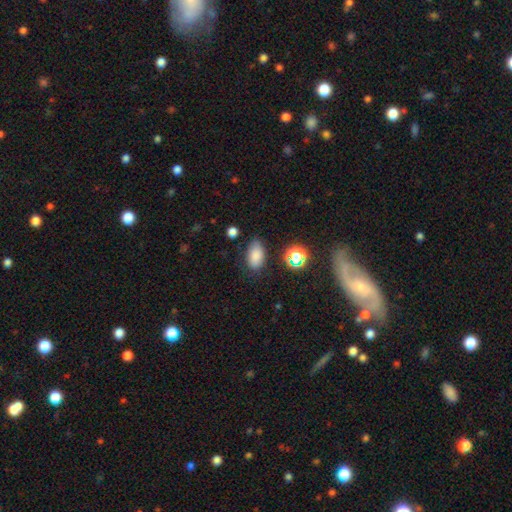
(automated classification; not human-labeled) Smooth or featured? Predicted: smooth (p=0.81). How rounded? Predicted: in between (p=0.90). Merging? Predicted: none (p=0.74).